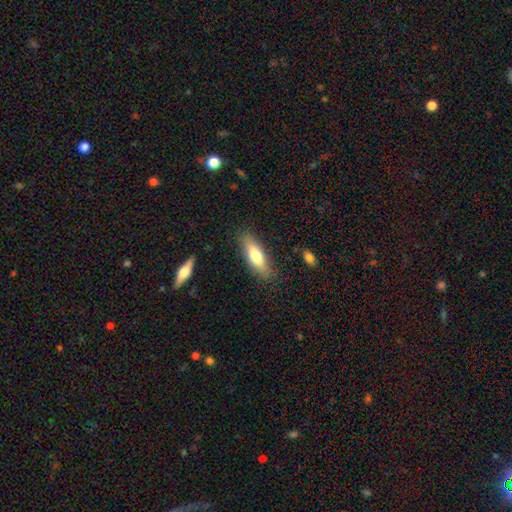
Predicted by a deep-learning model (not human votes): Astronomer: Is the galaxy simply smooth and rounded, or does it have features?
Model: smooth — 67%.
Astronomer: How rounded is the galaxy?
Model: cigar-shaped — 53% (runner-up: in between, 45%).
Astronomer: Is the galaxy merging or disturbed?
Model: none — 84%.